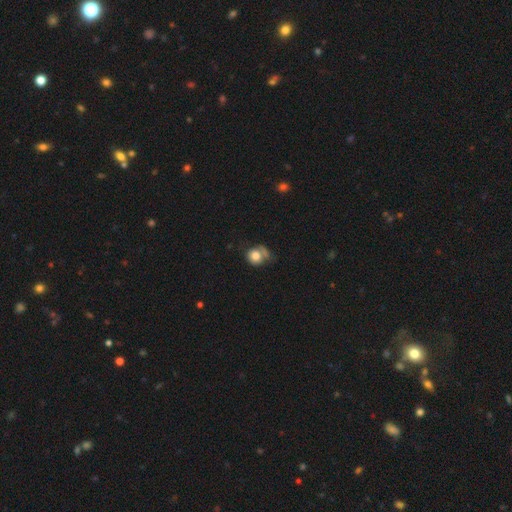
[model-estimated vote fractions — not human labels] Overall: smooth (76%). How rounded: round (76%). Merging: none (45%; minor disturbance 24%).